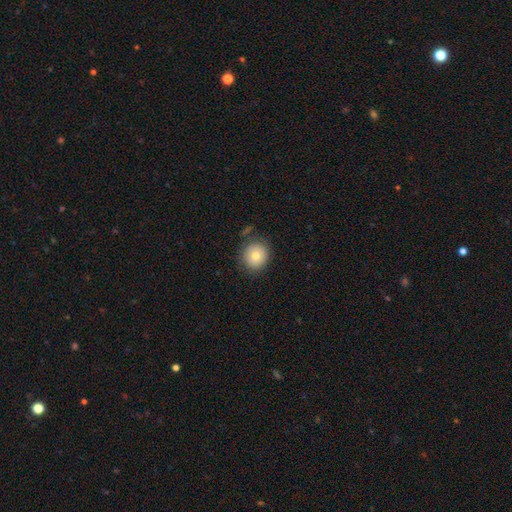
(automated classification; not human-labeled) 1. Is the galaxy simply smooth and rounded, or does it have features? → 78% smooth, 13% featured or disk, 9% star or artifact.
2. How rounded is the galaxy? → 89% round, 10% in between, 1% cigar-shaped.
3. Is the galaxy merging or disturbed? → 81% none, 12% minor disturbance, 4% major disturbance, 3% merger.